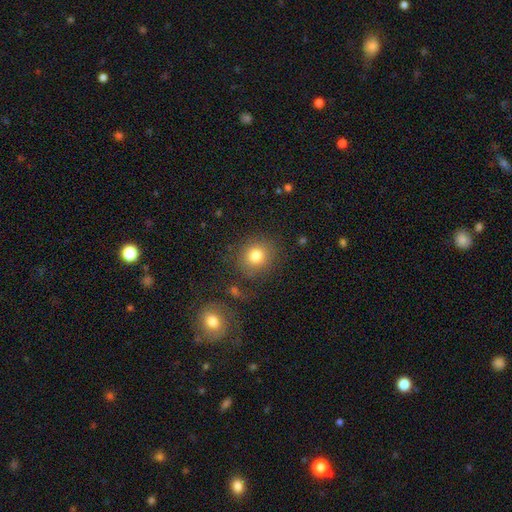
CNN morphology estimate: smooth_or_featured: smooth (p=0.80) [alt: star or artifact p=0.11]
how_rounded: round (p=0.85) [alt: in between p=0.14]
merging: none (p=0.81) [alt: minor disturbance p=0.10]